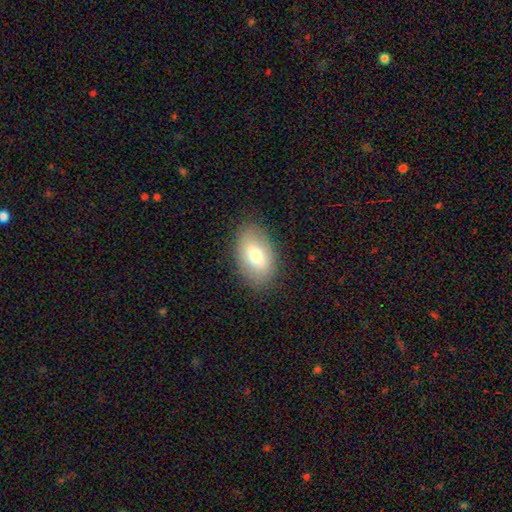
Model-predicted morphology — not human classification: Q: Smooth or featured?
A: smooth (71%); runner-up: featured or disk (21%)
Q: How rounded?
A: in between (91%); runner-up: round (8%)
Q: Merging?
A: none (85%); runner-up: minor disturbance (11%)